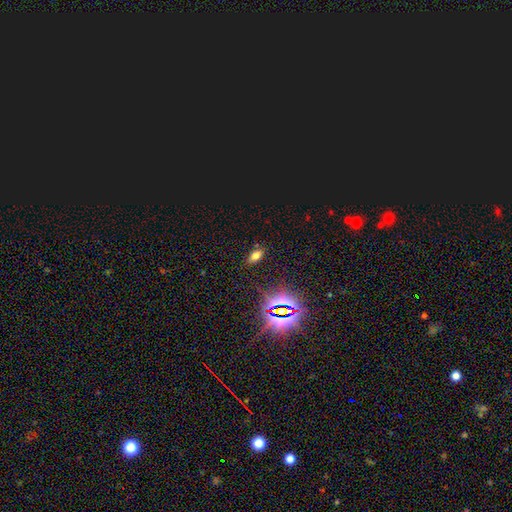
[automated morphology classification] The model was most divided on "smooth or featured": smooth: 64%, star or artifact: 27%, featured or disk: 9%. More confident: how rounded — in between (86%); merging — none (85%).